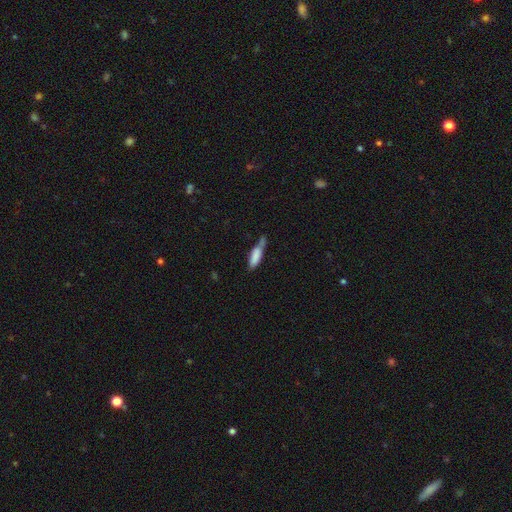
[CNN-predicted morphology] A smooth galaxy with no disk features (80%) that is cigar-shaped (50%).

Vote fractions:
- Smooth or featured? smooth: 80% / featured or disk: 13% / star or artifact: 7%
- How rounded? cigar-shaped: 50% / in between: 48% / round: 2%
- Merging? none: 39% / minor disturbance: 30% / merger: 20% / major disturbance: 10%